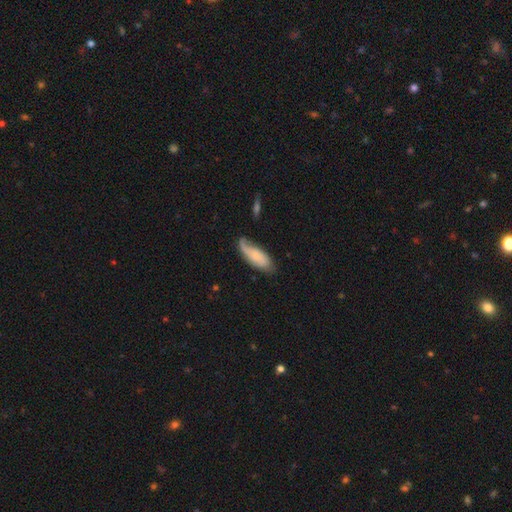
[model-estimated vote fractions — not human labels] Smooth or featured? Predicted: smooth (p=0.62). How rounded? Predicted: in between (p=0.73). Merging? Predicted: none (p=0.53).